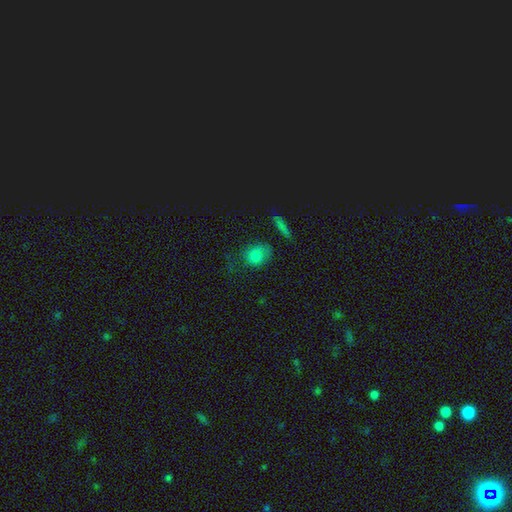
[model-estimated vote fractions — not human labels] Smooth or featured? smooth (75%)
How rounded? round (51%)
Merging? none (53%)